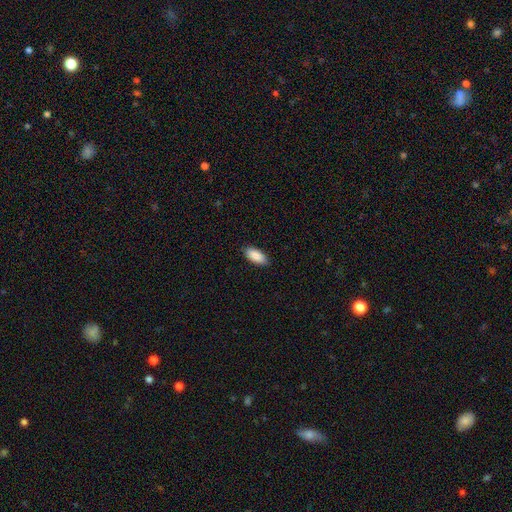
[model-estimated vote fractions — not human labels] smooth_or_featured: smooth (p=0.90) [alt: star or artifact p=0.06]
how_rounded: in between (p=0.90) [alt: cigar-shaped p=0.09]
merging: none (p=0.88) [alt: minor disturbance p=0.09]